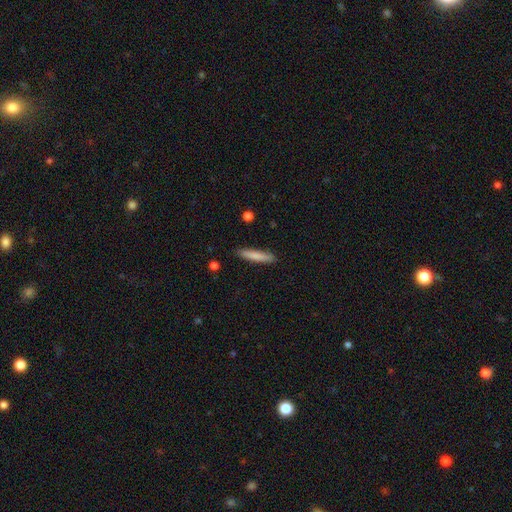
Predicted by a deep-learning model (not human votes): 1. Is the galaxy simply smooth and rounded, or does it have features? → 80% smooth, 15% featured or disk, 6% star or artifact.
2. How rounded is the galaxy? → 90% cigar-shaped, 8% in between, 1% round.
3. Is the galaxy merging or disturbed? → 87% none, 10% minor disturbance, 2% major disturbance, 1% merger.